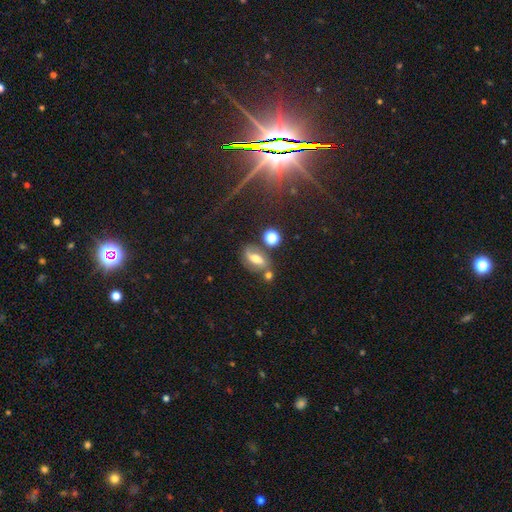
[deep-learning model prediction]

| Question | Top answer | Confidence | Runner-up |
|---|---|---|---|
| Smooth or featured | featured or disk | 39% | smooth (32%) |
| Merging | none | 66% | minor disturbance (15%) |